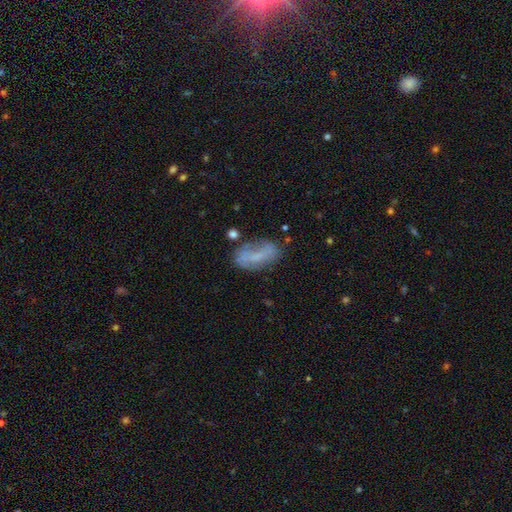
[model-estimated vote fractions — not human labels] A smooth galaxy with no disk features (47%). Merging: none (57%).